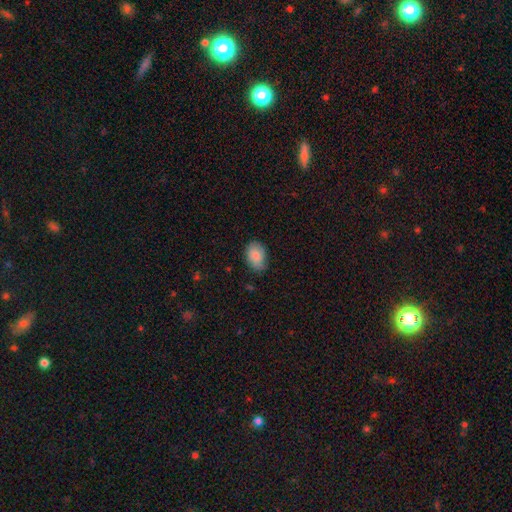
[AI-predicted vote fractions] Smooth or featured? smooth (81%)
How rounded? in between (79%)
Merging? none (71%)